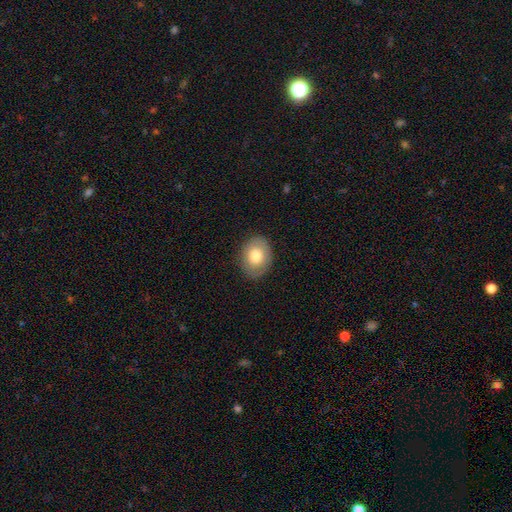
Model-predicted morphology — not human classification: This is likely a smooth galaxy (76%). How rounded: likely in between (64%). Merging: clearly none (84%).